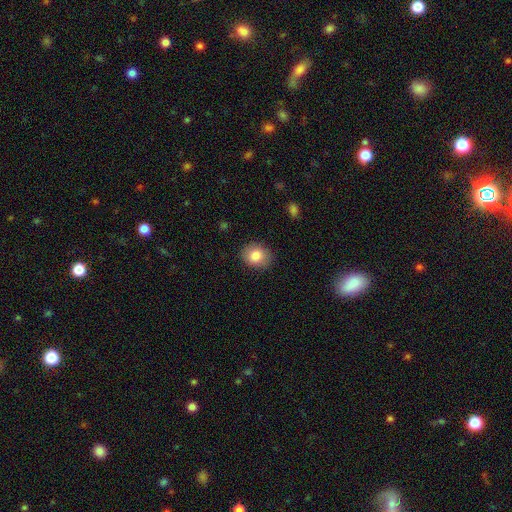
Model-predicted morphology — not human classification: Smooth or featured? Predicted: smooth (p=0.84). How rounded? Predicted: round (p=0.64). Merging? Predicted: none (p=0.87).